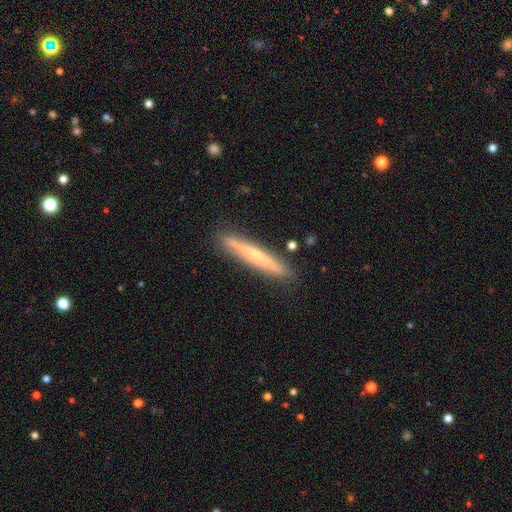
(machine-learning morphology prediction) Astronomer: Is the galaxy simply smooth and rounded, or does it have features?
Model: featured or disk — 49% (runner-up: smooth, 45%).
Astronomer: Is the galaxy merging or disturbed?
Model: none — 85%.